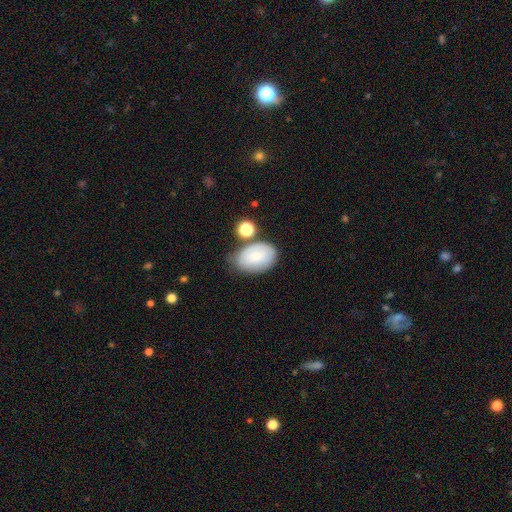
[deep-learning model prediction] The model was most divided on "merging": none: 57%, minor disturbance: 24%, merger: 12%, major disturbance: 7%. More confident: how rounded — in between (87%); smooth or featured — smooth (69%).